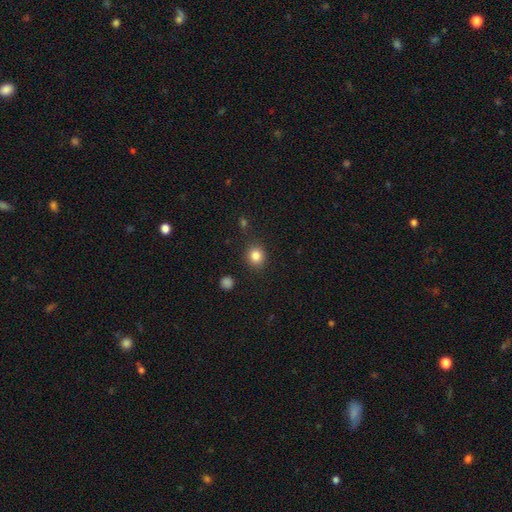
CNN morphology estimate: smooth 84%, star or artifact 11%, featured or disk 5%. Down the decision tree: how rounded — round (84%); merging — none (87%).